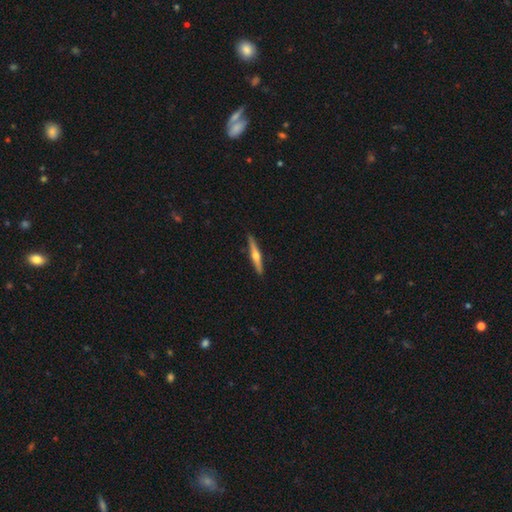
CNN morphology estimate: type=featured or disk (63%); edge-on=yes (97%); edge-on bulge=rounded (92%); merging=none (90%).